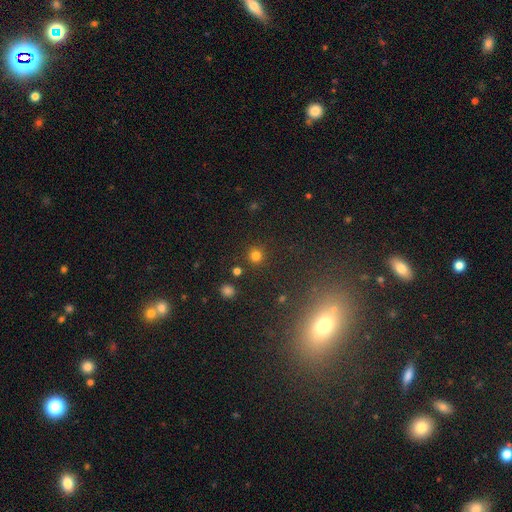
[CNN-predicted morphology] This is likely a smooth galaxy (78%). How rounded: clearly round (94%). Merging: clearly none (89%).